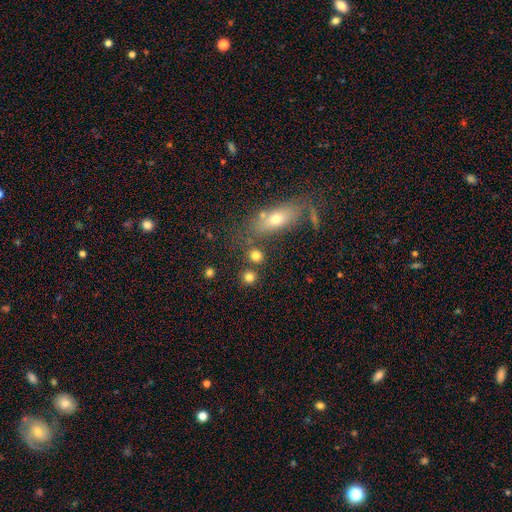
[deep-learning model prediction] Smooth or featured? Predicted: smooth (p=0.79). How rounded? Predicted: round (p=0.85). Merging? Predicted: none (p=0.74).